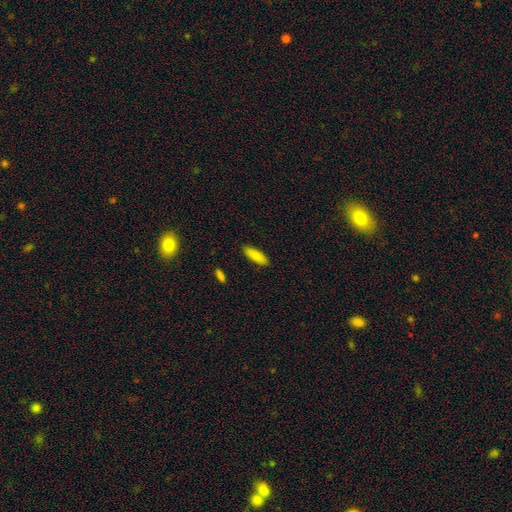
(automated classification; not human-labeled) Smooth or featured?
  - smooth: 84% *
  - featured or disk: 9%
  - star or artifact: 7%
How rounded?
  - in between: 52% *
  - cigar-shaped: 46%
  - round: 2%
Merging?
  - none: 88% *
  - minor disturbance: 9%
  - major disturbance: 2%
  - merger: 1%